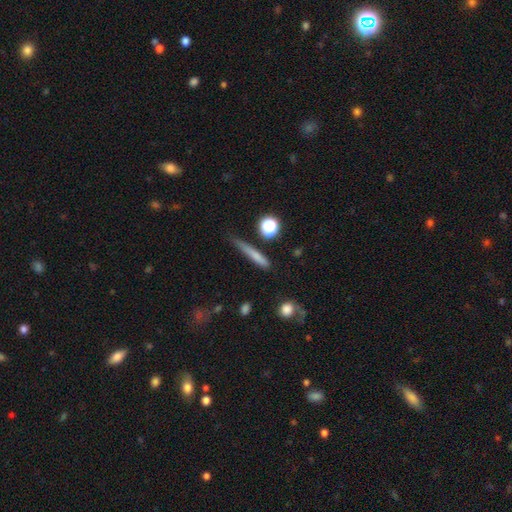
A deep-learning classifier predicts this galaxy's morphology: type=smooth (68%); roundness=cigar-shaped (87%); merging=none (66%).